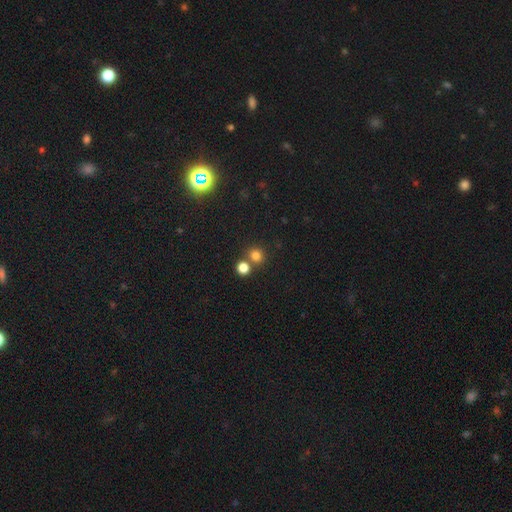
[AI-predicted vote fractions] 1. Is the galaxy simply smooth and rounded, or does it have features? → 78% smooth, 17% star or artifact, 5% featured or disk.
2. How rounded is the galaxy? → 85% round, 14% in between, 1% cigar-shaped.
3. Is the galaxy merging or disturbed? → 66% none, 25% merger, 7% minor disturbance, 3% major disturbance.